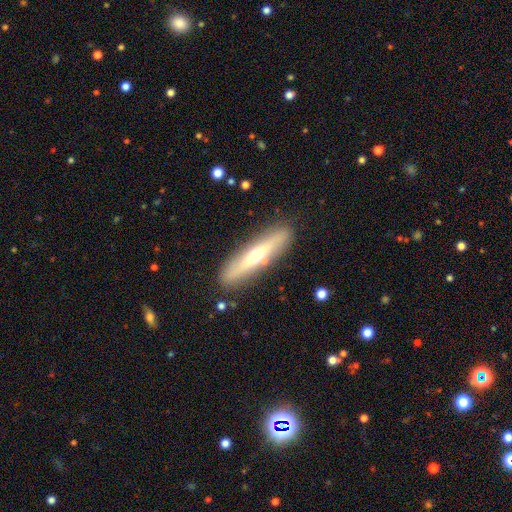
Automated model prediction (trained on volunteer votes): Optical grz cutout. It shows a featured or disk galaxy (50%). Merging: none (85%).